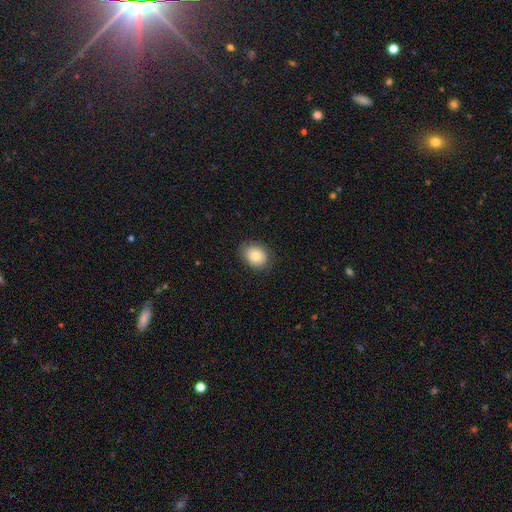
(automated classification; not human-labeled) smooth-or-featured: smooth: 81% | featured or disk: 11% | star or artifact: 9%
  how-rounded: in between: 55% | round: 44% | cigar-shaped: 1%
  merging: none: 84% | minor disturbance: 12% | major disturbance: 3% | merger: 1%